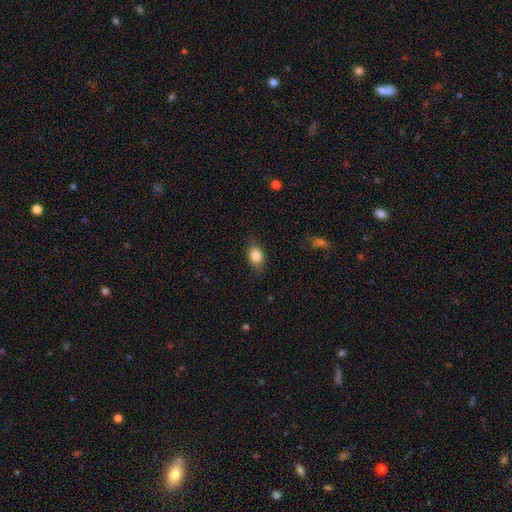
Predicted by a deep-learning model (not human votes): smooth-or-featured: smooth: 84% | star or artifact: 8% | featured or disk: 8%
  how-rounded: in between: 78% | round: 20% | cigar-shaped: 3%
  merging: none: 81% | minor disturbance: 14% | major disturbance: 4% | merger: 1%